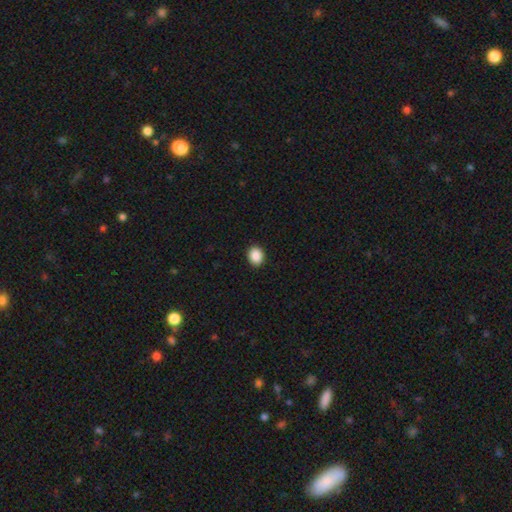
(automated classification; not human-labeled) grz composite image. It shows a smooth galaxy with no disk features (89%) that is round (57%). Merging: none (92%).